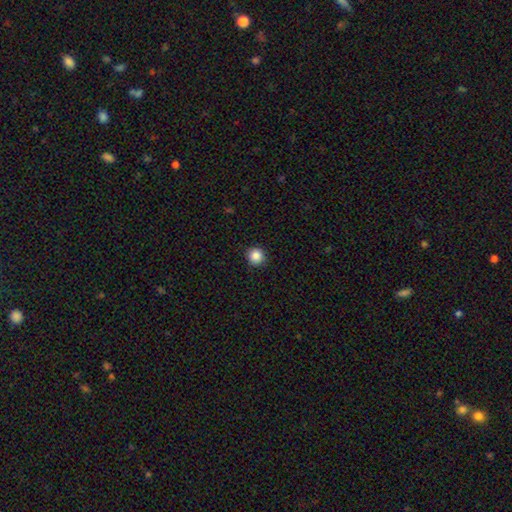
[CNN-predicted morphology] smooth 86%, star or artifact 10%, featured or disk 4%. Down the decision tree: how rounded — round (93%); merging — none (91%).